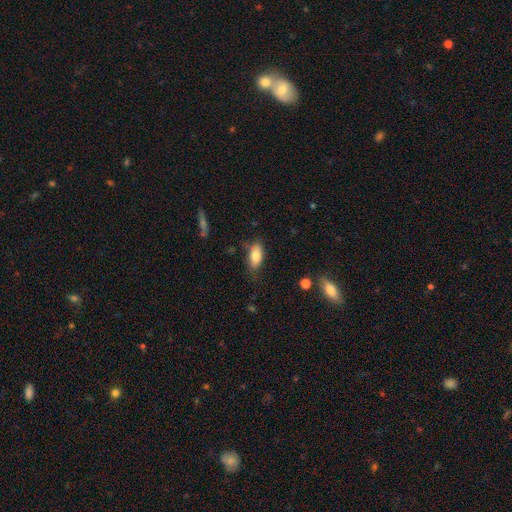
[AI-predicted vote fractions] This appears to be a smooth galaxy with no disk features (77%) that is in between round and cigar-shaped (86%). Merging: none (73%).